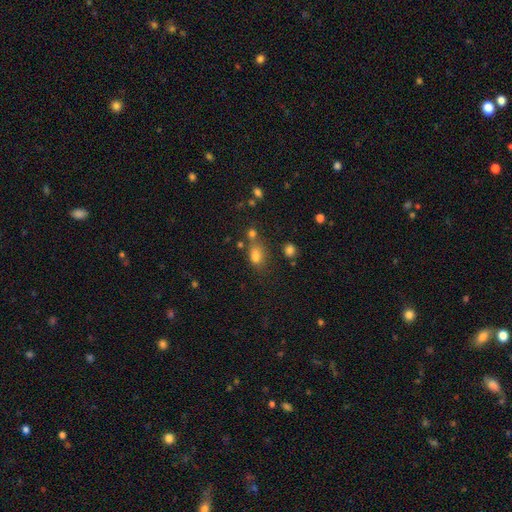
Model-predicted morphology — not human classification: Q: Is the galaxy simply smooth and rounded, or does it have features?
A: smooth — 73%.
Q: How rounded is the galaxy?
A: in between — 72%.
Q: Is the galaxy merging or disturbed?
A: none — 51%.